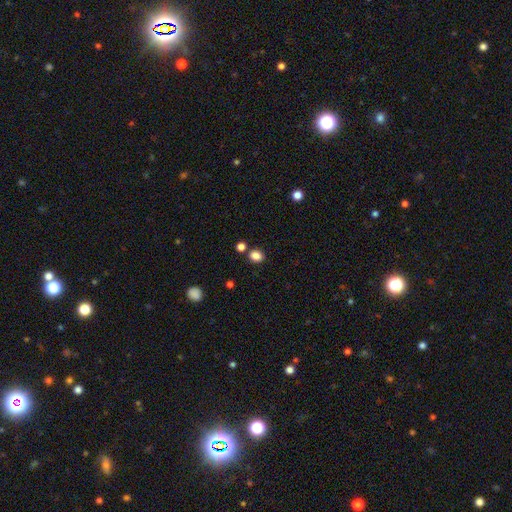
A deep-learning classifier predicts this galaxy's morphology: This is clearly a smooth galaxy (84%). How rounded: possibly round (58%). Merging: likely none (79%).